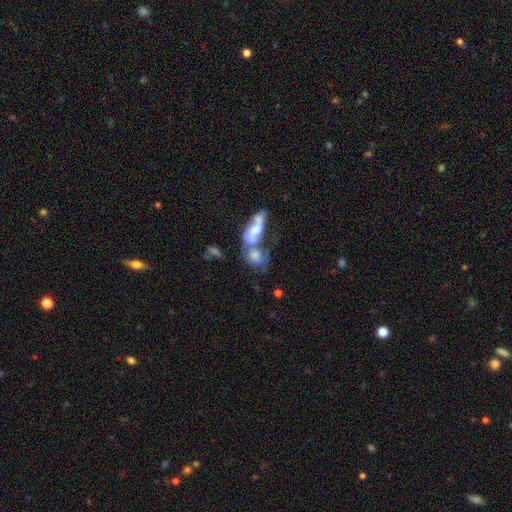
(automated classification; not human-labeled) Q: Smooth or featured?
A: smooth (52%); runner-up: featured or disk (37%)
Q: How rounded?
A: in between (72%); runner-up: round (21%)
Q: Merging?
A: merger (64%); runner-up: none (17%)